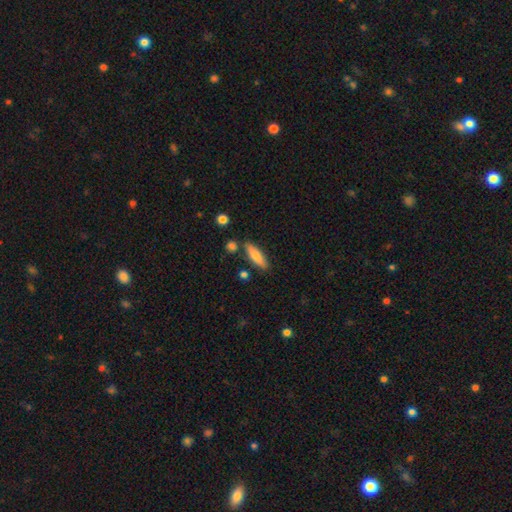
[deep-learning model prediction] A smooth galaxy with no disk features (74%) that is cigar-shaped (64%). Merging: none (79%).